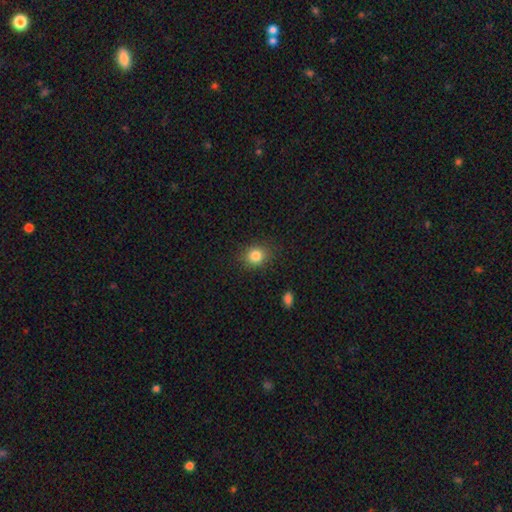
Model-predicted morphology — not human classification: This appears to be a smooth galaxy with no disk features (83%) that is round (73%). Merging: none (87%).